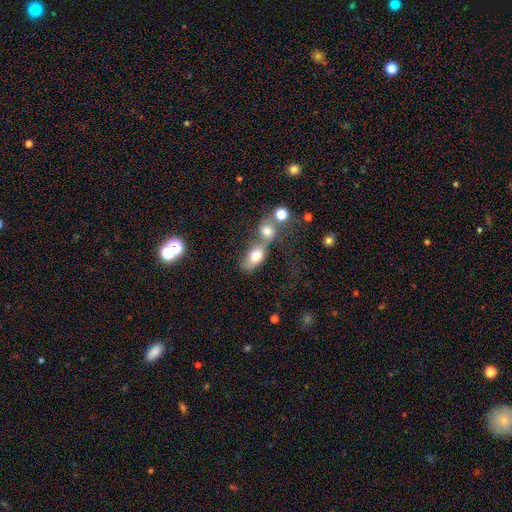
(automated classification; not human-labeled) Q: Smooth or featured?
A: smooth (75%); runner-up: featured or disk (15%)
Q: How rounded?
A: in between (80%); runner-up: round (17%)
Q: Merging?
A: merger (61%); runner-up: none (21%)